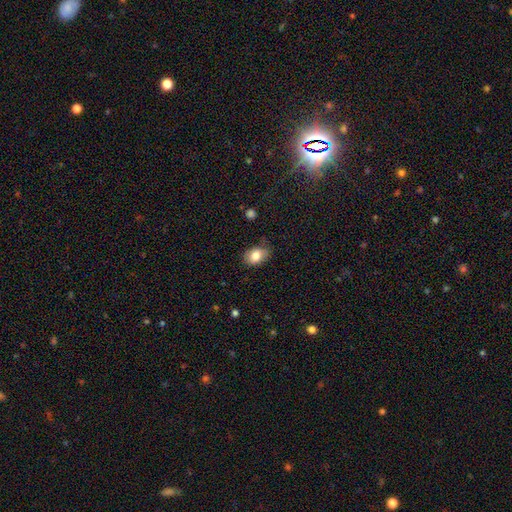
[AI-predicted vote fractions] This is clearly a smooth galaxy (82%). How rounded: likely in between (78%). Merging: likely none (76%).